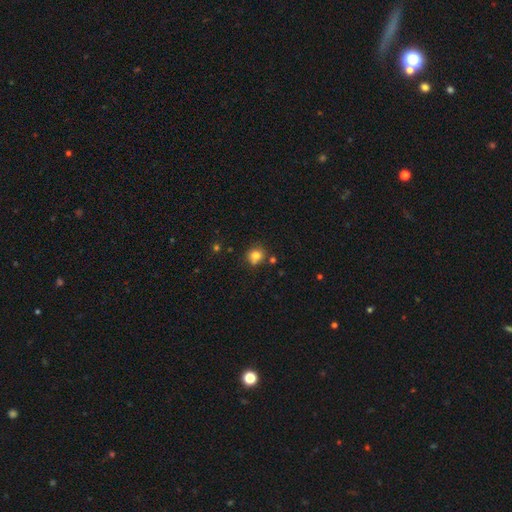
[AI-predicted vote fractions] Smooth or featured? Predicted: smooth (p=0.79). How rounded? Predicted: round (p=0.82). Merging? Predicted: none (p=0.68).